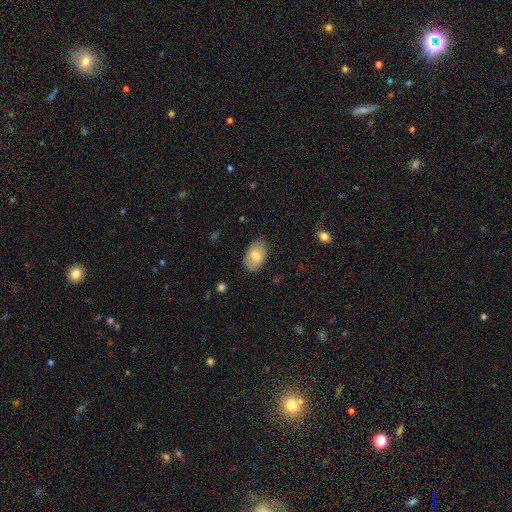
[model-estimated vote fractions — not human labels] Smooth or featured: smooth — 71% (featured or disk — 23%)
How rounded: in between — 92% (round — 6%)
Merging: none — 81% (minor disturbance — 15%)